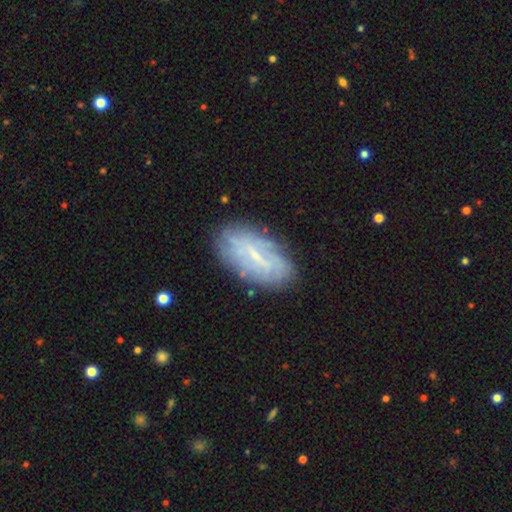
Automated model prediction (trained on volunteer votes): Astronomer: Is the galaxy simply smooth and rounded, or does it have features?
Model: featured or disk — 63%.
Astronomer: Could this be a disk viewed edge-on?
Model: no — 91%.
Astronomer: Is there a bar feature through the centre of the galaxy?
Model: weak — 49% (runner-up: strong, 29%).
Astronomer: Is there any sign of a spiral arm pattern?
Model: yes — 63%.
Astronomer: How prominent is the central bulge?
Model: small — 63%.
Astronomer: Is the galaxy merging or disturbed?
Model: none — 76%.